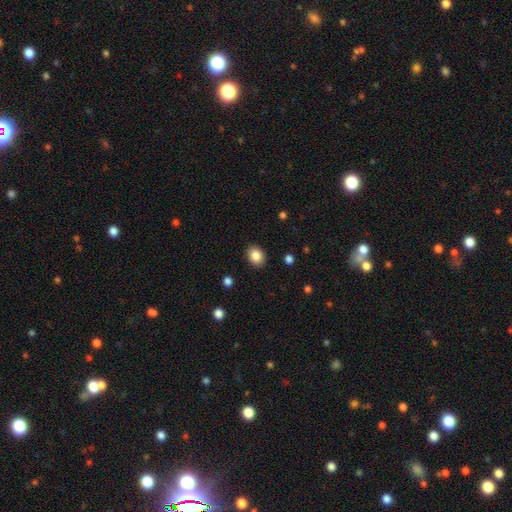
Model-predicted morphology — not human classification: Q: Smooth or featured?
A: smooth (85%); runner-up: star or artifact (9%)
Q: How rounded?
A: in between (50%); tied with: round (50%)
Q: Merging?
A: none (89%); runner-up: minor disturbance (7%)